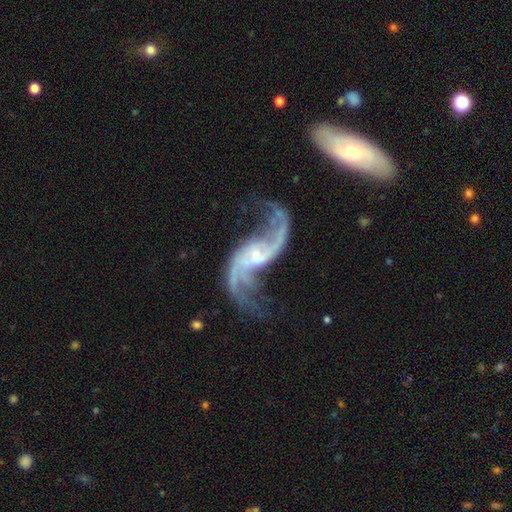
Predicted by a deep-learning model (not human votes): smooth_or_featured: featured or disk (p=0.92) [alt: star or artifact p=0.05]
disk_edge_on: no (p=0.96) [alt: yes p=0.04]
bar: no (p=0.44) [alt: weak p=0.40]
has_spiral_arms: yes (p=0.97) [alt: no p=0.03]
spiral_winding: loose (p=0.84) [alt: medium p=0.12]
spiral_arm_count: 2 (p=0.90) [alt: 3 p=0.03]
bulge_size: small (p=0.71) [alt: moderate p=0.18]
merging: none (p=0.58) [alt: major disturbance p=0.18]